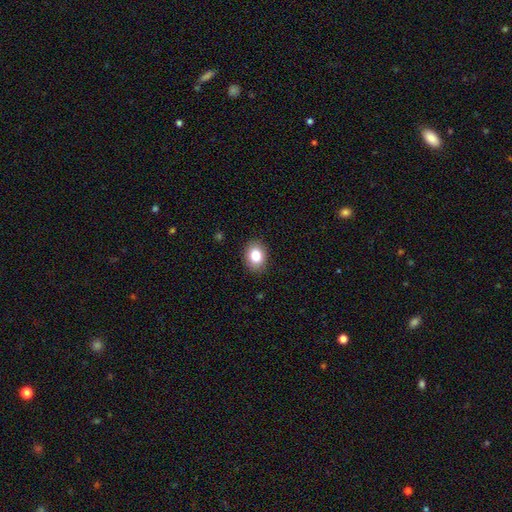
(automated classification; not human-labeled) Smooth or featured?
  - smooth: 84% *
  - star or artifact: 9%
  - featured or disk: 7%
How rounded?
  - in between: 65% *
  - round: 34%
  - cigar-shaped: 1%
Merging?
  - none: 88% *
  - minor disturbance: 9%
  - major disturbance: 2%
  - merger: 1%